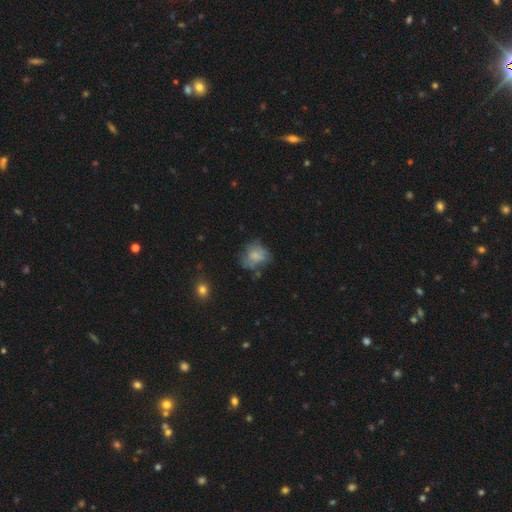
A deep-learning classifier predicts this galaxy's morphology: Smooth or featured?
  - smooth: 62% *
  - featured or disk: 26%
  - star or artifact: 12%
How rounded?
  - round: 54% *
  - in between: 45%
  - cigar-shaped: 1%
Merging?
  - none: 49% *
  - minor disturbance: 27%
  - major disturbance: 19%
  - merger: 5%